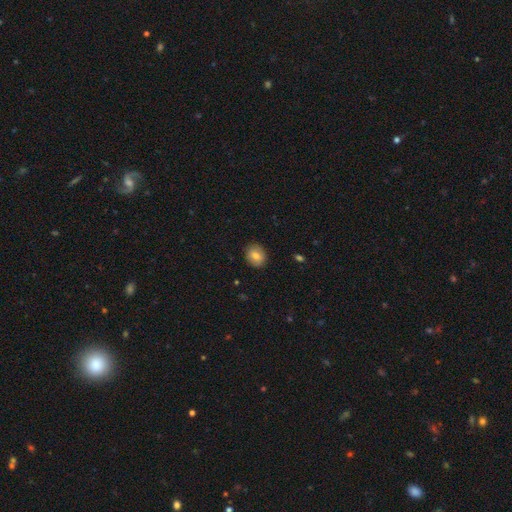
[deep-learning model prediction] Smooth or featured? Predicted: smooth (p=0.78). How rounded? Predicted: round (p=0.59). Merging? Predicted: none (p=0.88).